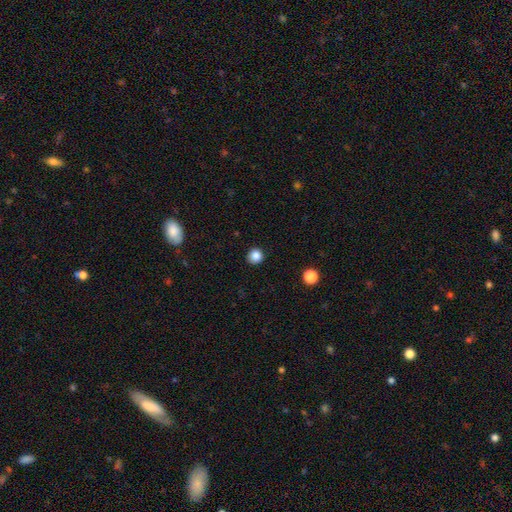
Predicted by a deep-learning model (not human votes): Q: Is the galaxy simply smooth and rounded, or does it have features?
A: smooth — 85%.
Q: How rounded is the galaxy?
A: round — 93%.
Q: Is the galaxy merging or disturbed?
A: none — 91%.